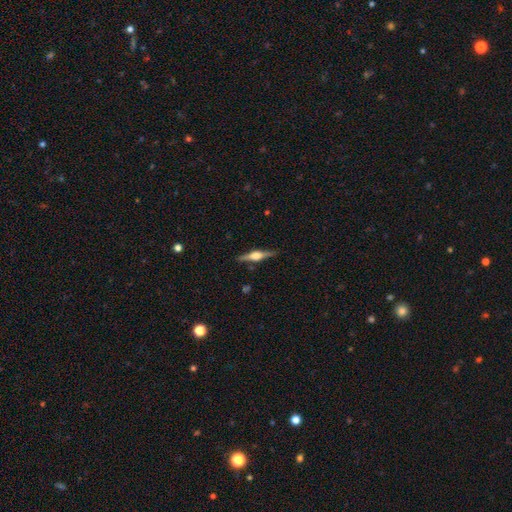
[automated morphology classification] A featured or disk galaxy (76%) viewed edge-on (98%) with a rounded central bulge (86%).

Vote fractions:
- Smooth or featured? featured or disk: 76% / smooth: 19% / star or artifact: 6%
- Edge-on disk? yes: 98% / no: 2%
- Edge-on bulge? rounded: 86% / boxy: 11% / none: 2%
- Merging? none: 88% / minor disturbance: 8% / major disturbance: 2% / merger: 1%